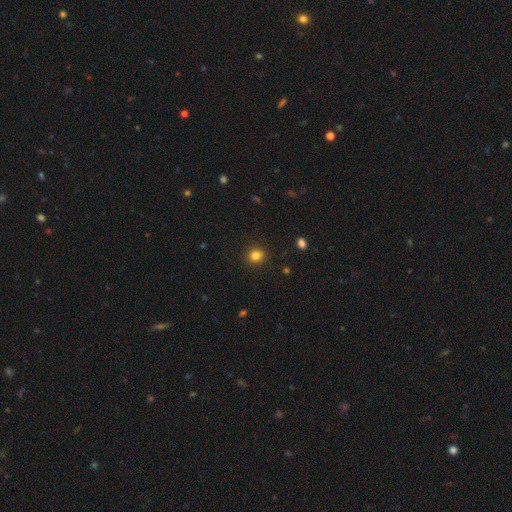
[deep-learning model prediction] Smooth or featured? smooth (82%)
How rounded? round (88%)
Merging? none (92%)